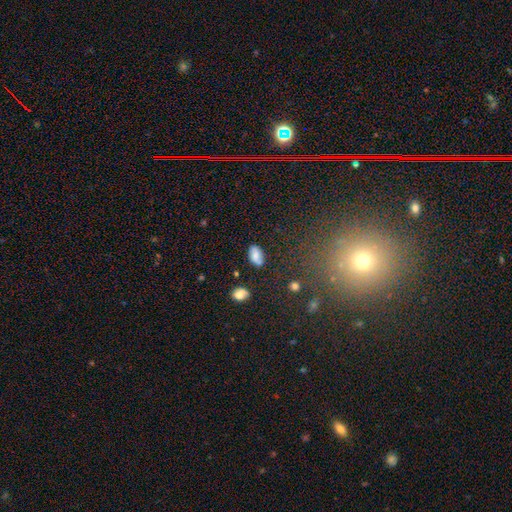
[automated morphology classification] smooth 70%, featured or disk 20%, star or artifact 10%. Down the decision tree: how rounded — in between (91%); merging — none (76%).